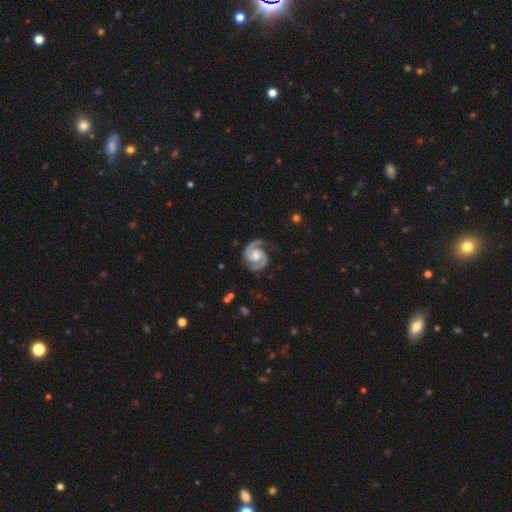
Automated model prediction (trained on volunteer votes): A featured or disk galaxy (93%) with no bar (48%), 2 (94%) medium (48%) spiral arms (99%) and a moderate central bulge (53%). Merging: none (81%).